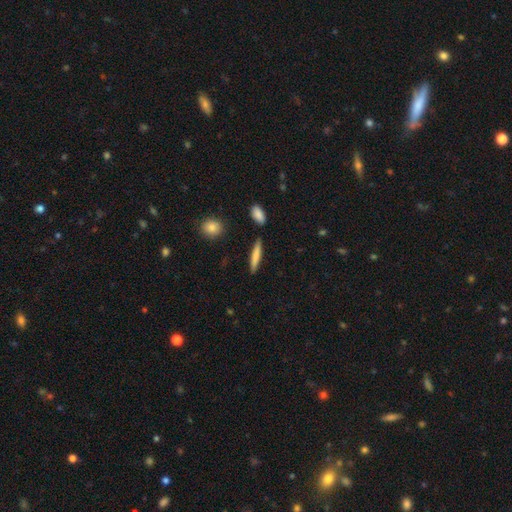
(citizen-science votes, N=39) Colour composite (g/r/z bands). It shows a smooth galaxy with no disk features (79%) that is cigar-shaped (84%). Merging: none (81%).